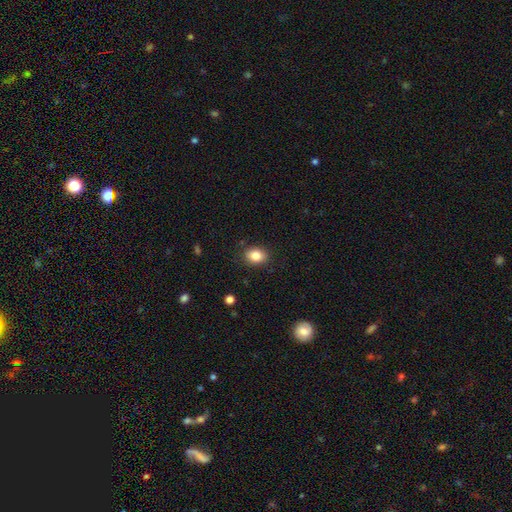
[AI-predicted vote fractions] A smooth galaxy with no disk features (85%) that is in between round and cigar-shaped (62%).

Vote fractions:
- Smooth or featured? smooth: 85% / star or artifact: 9% / featured or disk: 6%
- How rounded? in between: 62% / round: 37% / cigar-shaped: 1%
- Merging? none: 86% / minor disturbance: 10% / major disturbance: 3% / merger: 1%